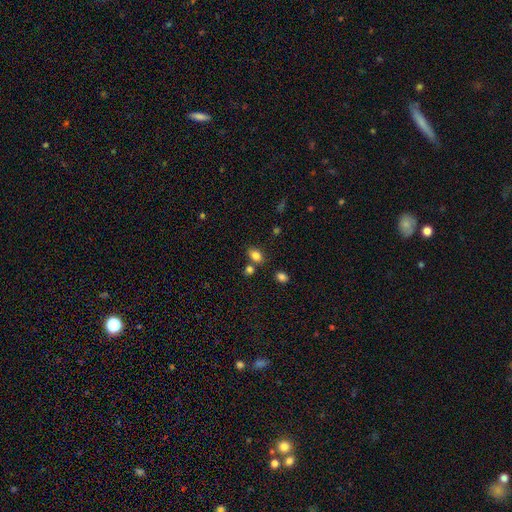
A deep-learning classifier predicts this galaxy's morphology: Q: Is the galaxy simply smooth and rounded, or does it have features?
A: smooth — 83%.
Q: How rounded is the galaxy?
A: in between — 79%.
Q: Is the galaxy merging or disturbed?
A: none — 68%.